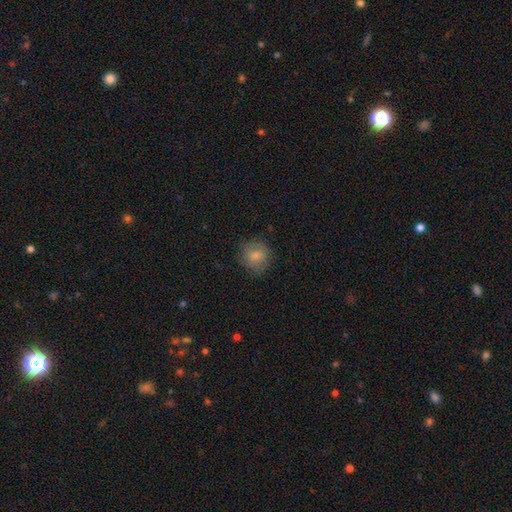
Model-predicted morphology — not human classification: type=smooth (79%); roundness=round (84%); merging=none (78%).